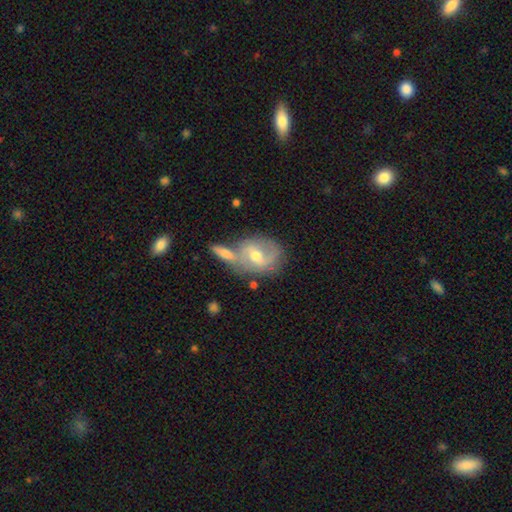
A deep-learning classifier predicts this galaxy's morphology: This is likely a featured or disk galaxy (64%). It is clearly not viewed edge-on (94%). Bar: marginally weak (45%). Spiral arm pattern: likely yes (73%). Central bulge: likely moderate (63%). Merging: marginally none (44%).